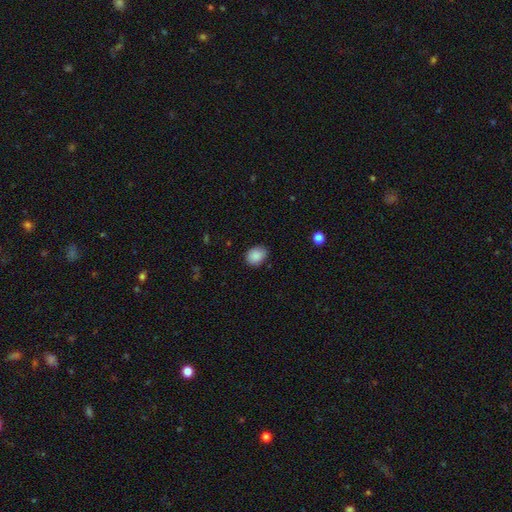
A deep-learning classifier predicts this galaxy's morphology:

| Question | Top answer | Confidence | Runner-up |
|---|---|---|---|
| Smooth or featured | smooth | 88% | star or artifact (8%) |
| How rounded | in between | 53% | round (46%) |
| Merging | none | 79% | minor disturbance (17%) |